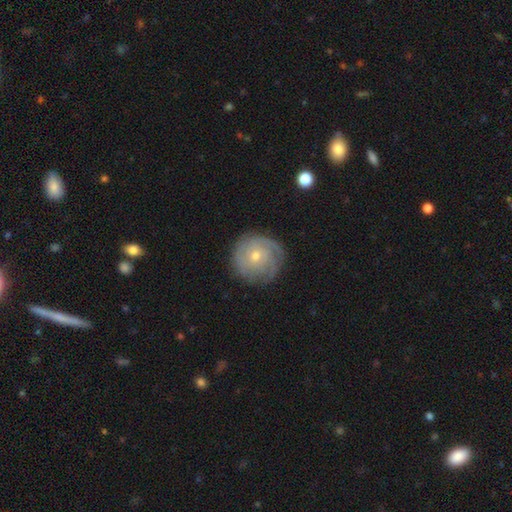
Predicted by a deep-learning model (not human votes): Smooth or featured? featured or disk (69%)
Edge-on disk? no (97%)
Bar? no (78%)
Spiral arms? yes (89%)
Spiral winding? tight (73%)
Spiral arm count? can't tell (45%)
Bulge size? small (57%)
Merging? none (79%)